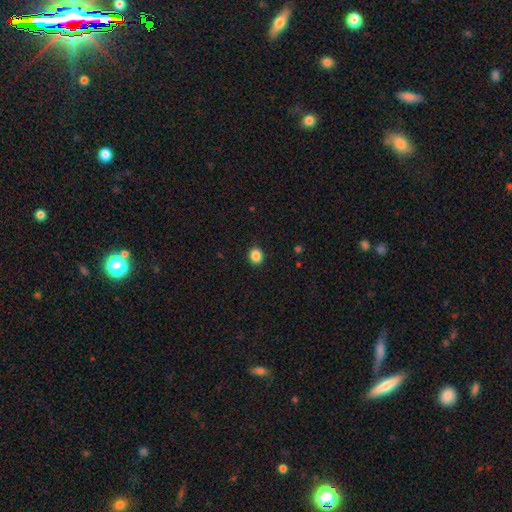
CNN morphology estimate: Smooth or featured? Predicted: smooth (p=0.87). How rounded? Predicted: round (p=0.71). Merging? Predicted: none (p=0.91).